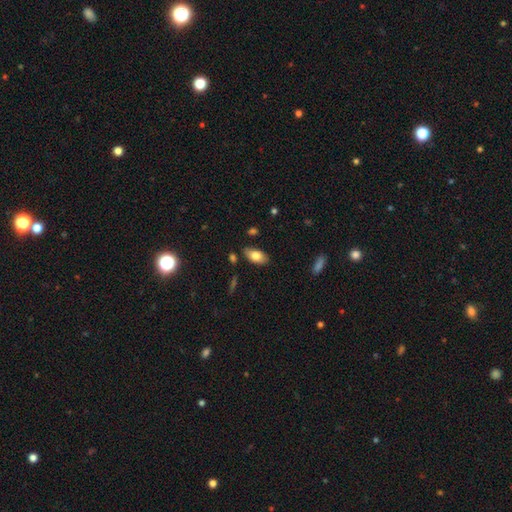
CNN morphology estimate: Smooth or featured: smooth — 79% (featured or disk — 14%)
How rounded: in between — 94% (round — 3%)
Merging: none — 81% (minor disturbance — 13%)